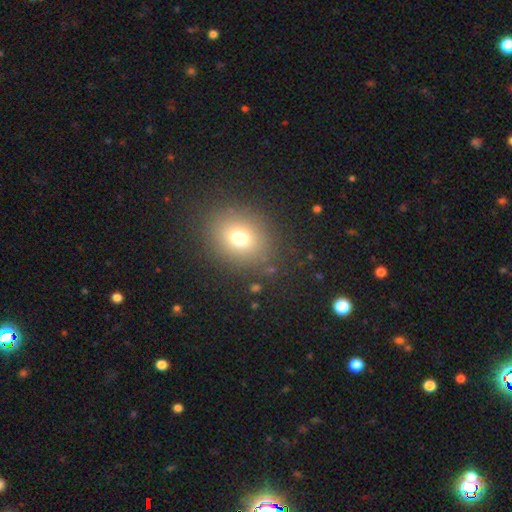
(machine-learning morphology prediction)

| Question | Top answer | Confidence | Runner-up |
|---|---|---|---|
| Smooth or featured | smooth | 69% | star or artifact (22%) |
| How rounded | round | 63% | in between (36%) |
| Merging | none | 88% | minor disturbance (8%) |